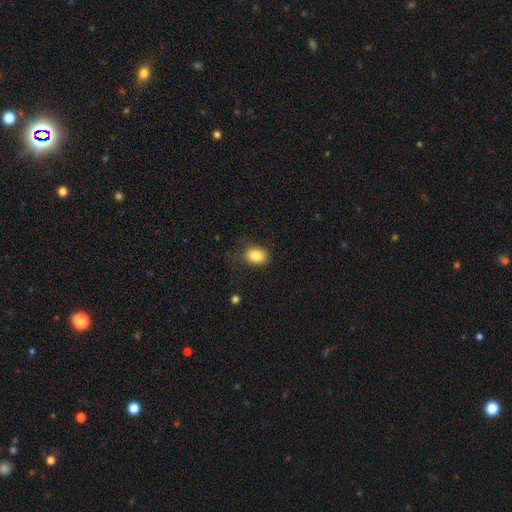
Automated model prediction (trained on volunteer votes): Overall: smooth (84%). How rounded: in between (58%; round 41%). Merging: none (77%).